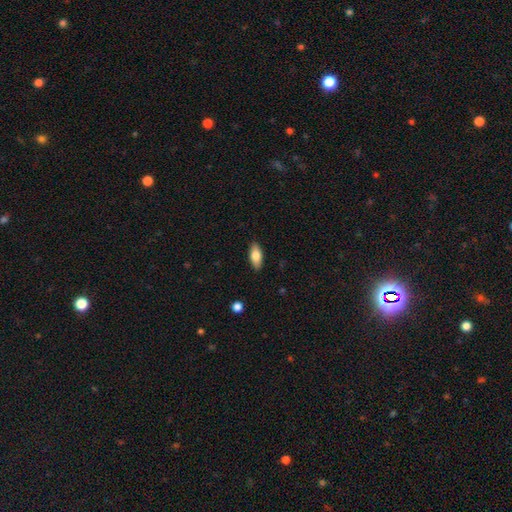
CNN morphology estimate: Smooth or featured?
  - smooth: 79% *
  - featured or disk: 14%
  - star or artifact: 7%
How rounded?
  - in between: 85% *
  - cigar-shaped: 13%
  - round: 3%
Merging?
  - none: 88% *
  - minor disturbance: 9%
  - major disturbance: 2%
  - merger: 1%